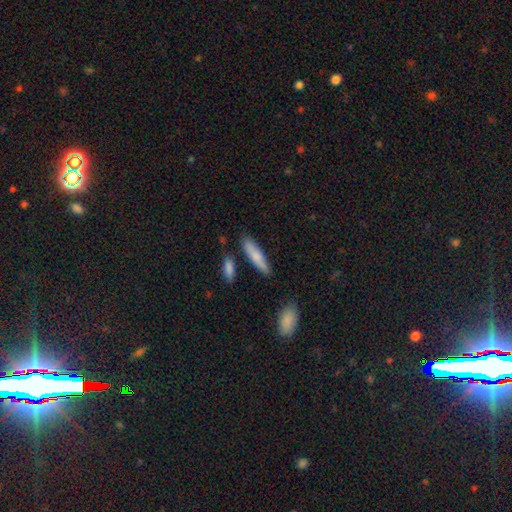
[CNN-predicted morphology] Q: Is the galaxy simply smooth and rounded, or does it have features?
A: smooth — 76%.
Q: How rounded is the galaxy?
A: cigar-shaped — 76%.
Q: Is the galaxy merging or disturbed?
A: none — 79%.